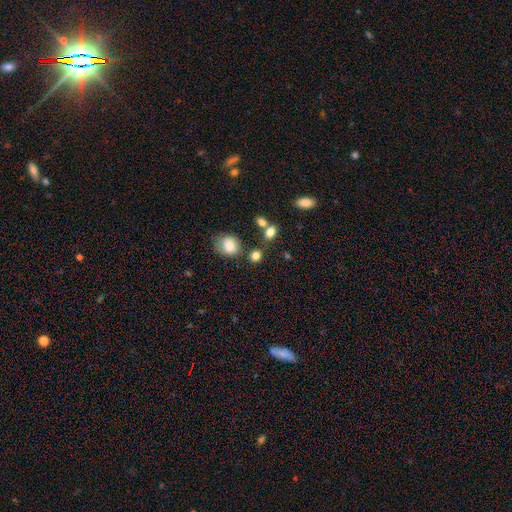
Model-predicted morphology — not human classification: Q: Smooth or featured?
A: smooth (81%); runner-up: star or artifact (12%)
Q: How rounded?
A: round (67%); runner-up: in between (32%)
Q: Merging?
A: none (65%); runner-up: merger (17%)